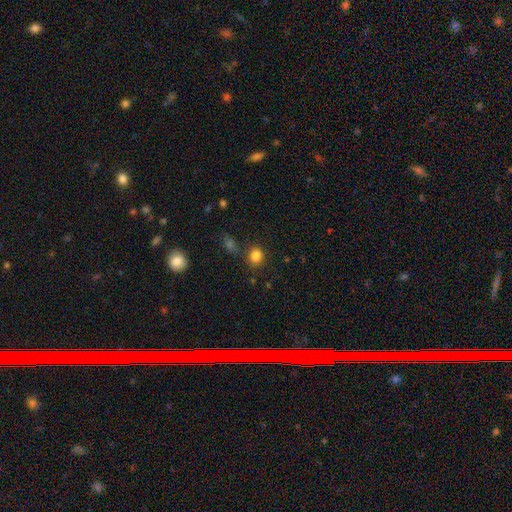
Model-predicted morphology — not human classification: The model was most divided on "how rounded": round: 62%, in between: 37%, cigar-shaped: 1%. More confident: smooth or featured — smooth (83%); merging — none (75%).